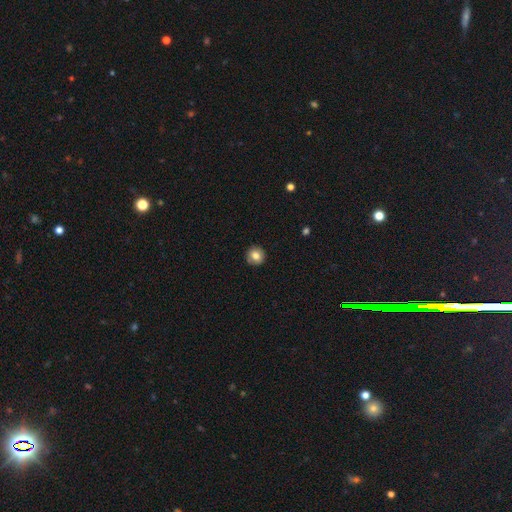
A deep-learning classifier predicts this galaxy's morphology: Smooth or featured?
  - smooth: 79% *
  - featured or disk: 12%
  - star or artifact: 9%
How rounded?
  - round: 91% *
  - in between: 8%
  - cigar-shaped: 1%
Merging?
  - none: 89% *
  - minor disturbance: 8%
  - major disturbance: 2%
  - merger: 1%